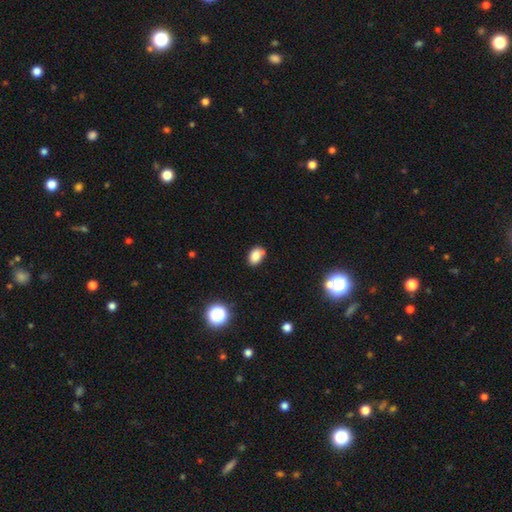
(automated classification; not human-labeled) This is clearly a smooth galaxy (82%). How rounded: clearly in between (81%). Merging: likely none (70%).